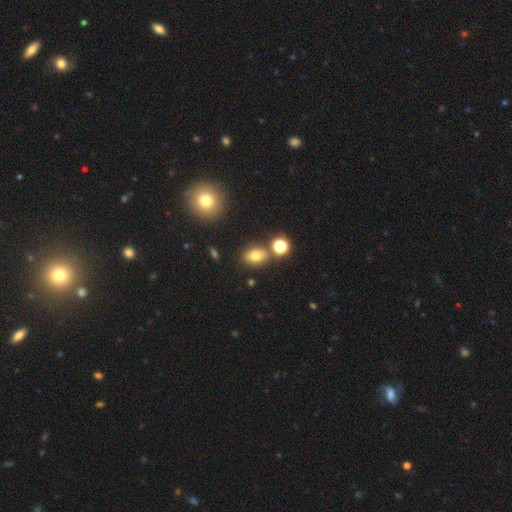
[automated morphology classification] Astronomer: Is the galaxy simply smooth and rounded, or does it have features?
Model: smooth — 74%.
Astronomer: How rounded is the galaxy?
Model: in between — 75%.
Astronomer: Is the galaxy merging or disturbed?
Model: none — 74%.